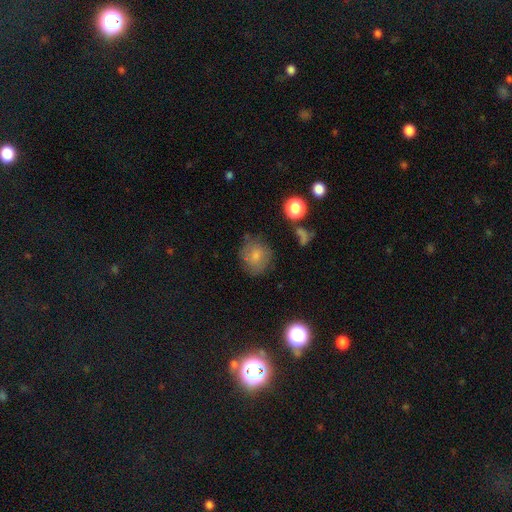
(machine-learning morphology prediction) The model was most divided on "merging": none: 66%, minor disturbance: 21%, major disturbance: 9%, merger: 3%. More confident: how rounded — round (74%); smooth or featured — smooth (73%).